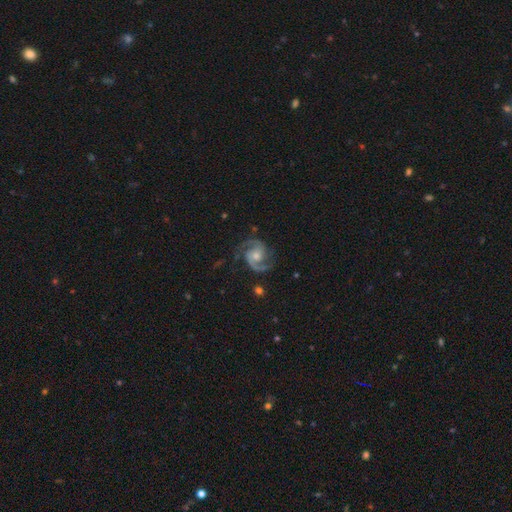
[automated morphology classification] The model was most divided on "bulge size": moderate: 58%, small: 33%, large: 5%, none: 3%, dominant: 1%. More confident: spiral arms — yes (98%); edge-on disk — no (98%); spiral arm count — 2 (92%); smooth or featured — featured or disk (92%); merging — none (78%); bar — no (63%); spiral winding — medium (59%).